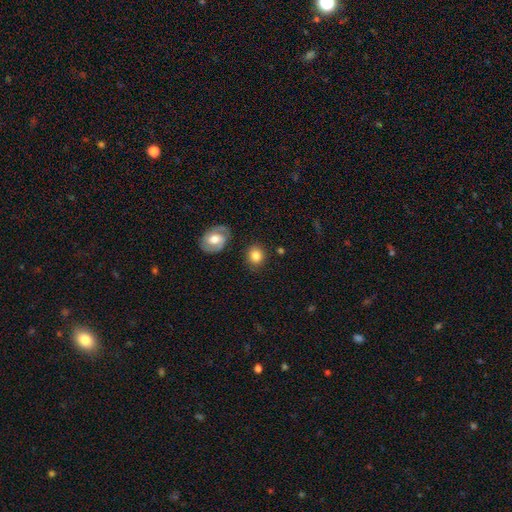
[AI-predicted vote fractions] This is clearly a smooth galaxy (81%). How rounded: likely round (76%). Merging: clearly none (83%).